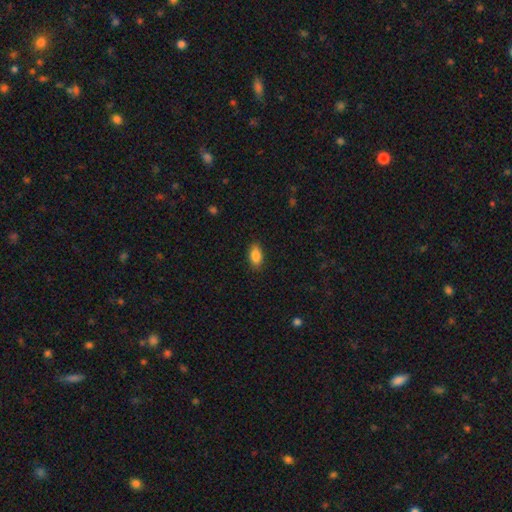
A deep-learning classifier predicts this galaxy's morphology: type=smooth (87%); roundness=in between (90%); merging=none (86%).